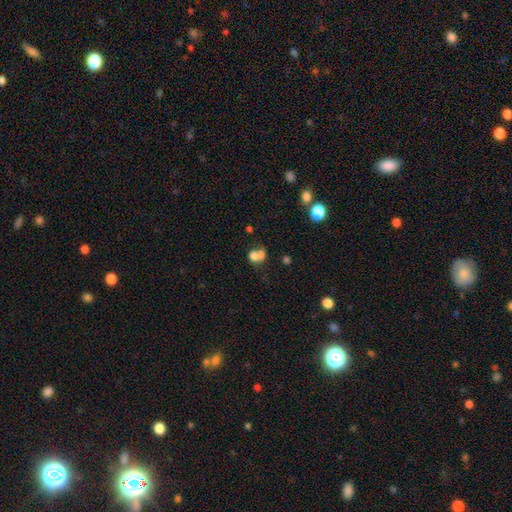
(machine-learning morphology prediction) Smooth or featured?
  - smooth: 70% *
  - featured or disk: 17%
  - star or artifact: 13%
How rounded?
  - round: 62% *
  - in between: 37%
  - cigar-shaped: 1%
Merging?
  - merger: 60% *
  - none: 25%
  - minor disturbance: 8%
  - major disturbance: 7%